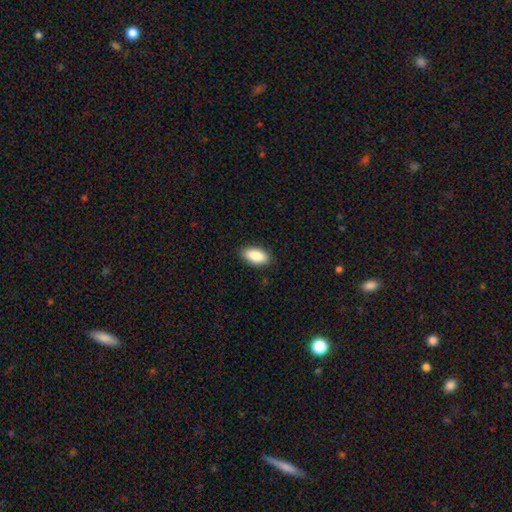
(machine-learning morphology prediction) smooth 87%, featured or disk 7%, star or artifact 7%. Down the decision tree: how rounded — in between (92%); merging — none (89%).